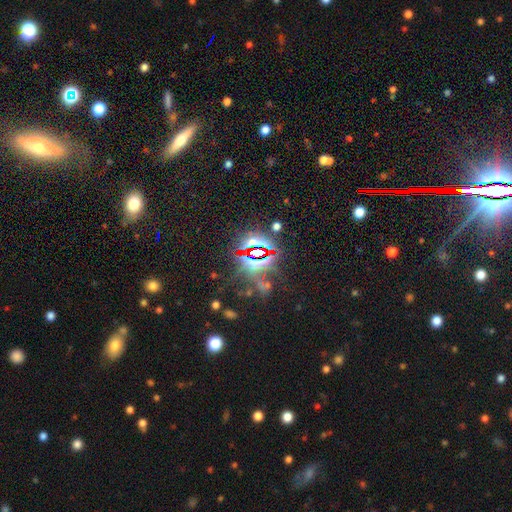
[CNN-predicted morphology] type=star or artifact (79%).